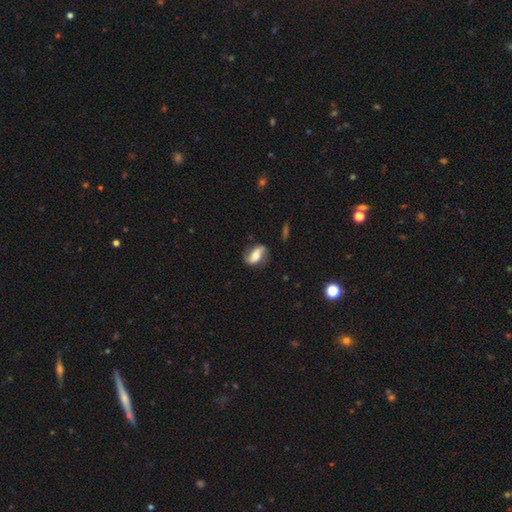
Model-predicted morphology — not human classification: type=featured or disk (58%); edge-on=no (91%); bar=no (38%); spiral arms=yes (84%); bulge=moderate (60%); merging=none (74%).